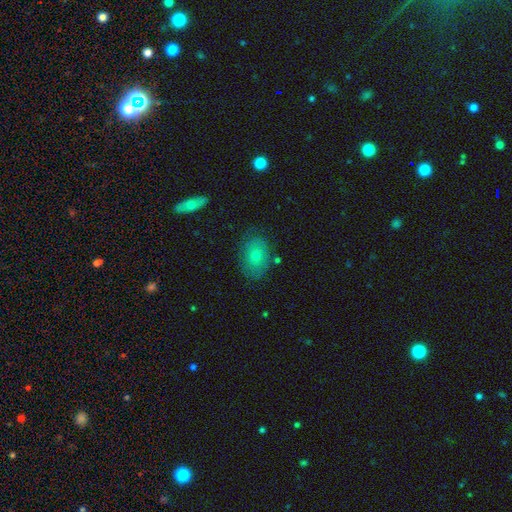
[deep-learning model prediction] Morphology: type=smooth (68%); roundness=in between (75%); merging=none (75%).